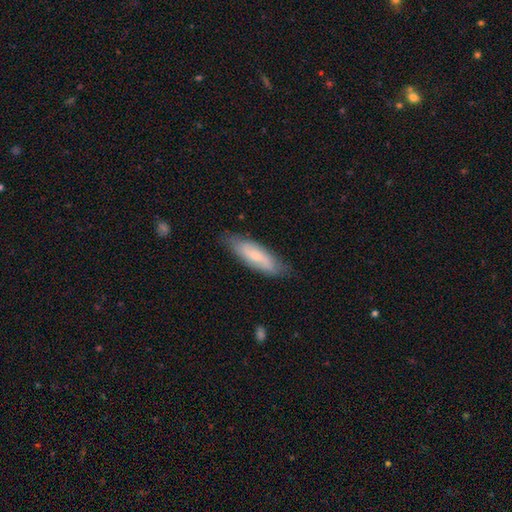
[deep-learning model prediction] Overall: smooth (61%; featured or disk 33%). How rounded: cigar-shaped (50%; in between 48%). Merging: none (78%).